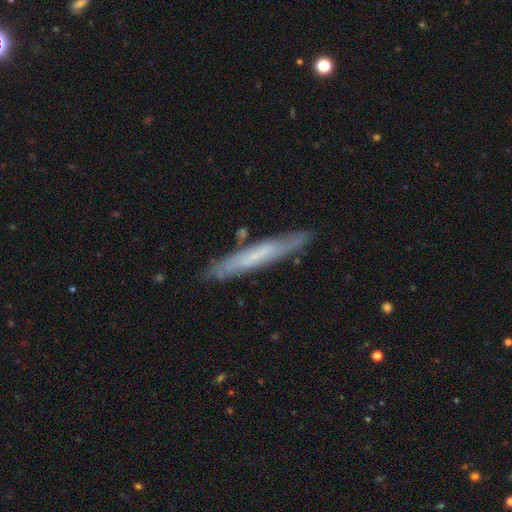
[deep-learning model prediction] This is possibly a featured or disk galaxy (49%). Merging: clearly none (83%).